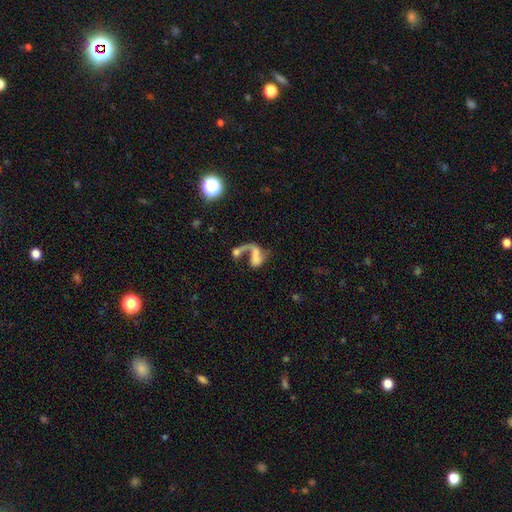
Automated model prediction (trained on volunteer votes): Overall: featured or disk (52%; smooth 34%). Edge-on disk: no (96%). Merging: merger (42%; major disturbance 30%).